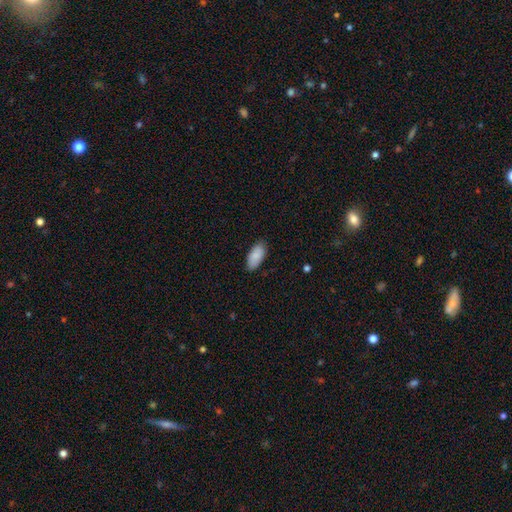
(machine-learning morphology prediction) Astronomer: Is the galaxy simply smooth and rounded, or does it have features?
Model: smooth — 87%.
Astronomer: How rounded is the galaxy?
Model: in between — 93%.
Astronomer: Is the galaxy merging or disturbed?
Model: none — 83%.